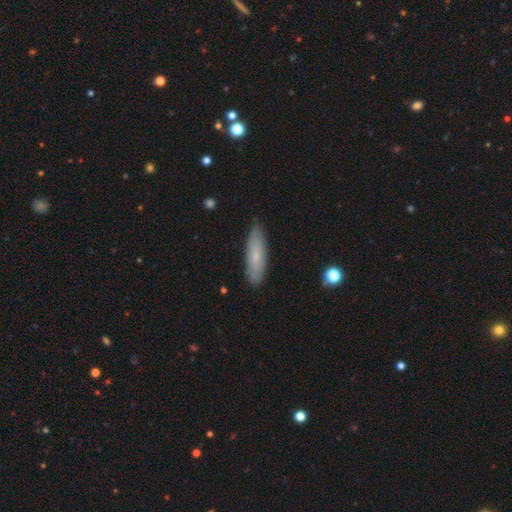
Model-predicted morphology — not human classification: smooth_or_featured: smooth (p=0.70) [alt: featured or disk p=0.23]
how_rounded: cigar-shaped (p=0.63) [alt: in between p=0.35]
merging: none (p=0.85) [alt: minor disturbance p=0.12]